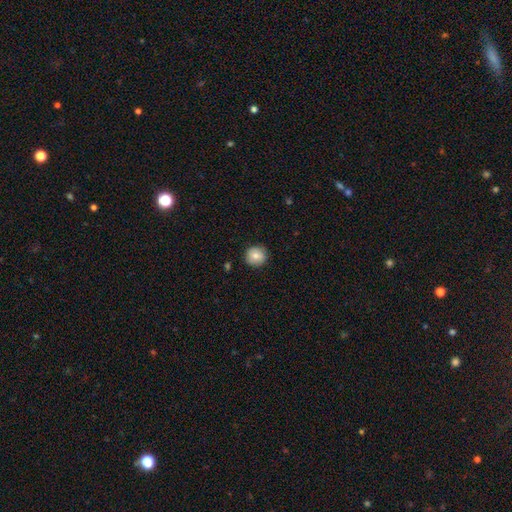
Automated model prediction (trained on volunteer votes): The model was most divided on "smooth or featured": smooth: 78%, featured or disk: 14%, star or artifact: 8%. More confident: how rounded — round (92%); merging — none (87%).